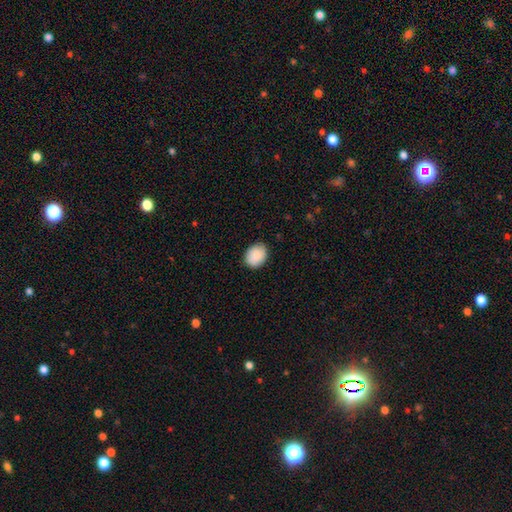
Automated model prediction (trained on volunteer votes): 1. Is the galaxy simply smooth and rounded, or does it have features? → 90% smooth, 6% star or artifact, 4% featured or disk.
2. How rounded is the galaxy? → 54% in between, 45% round, 1% cigar-shaped.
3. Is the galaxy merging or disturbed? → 85% none, 12% minor disturbance, 2% major disturbance, 1% merger.